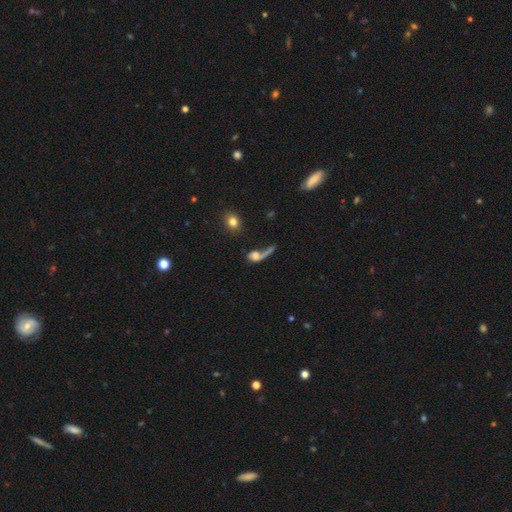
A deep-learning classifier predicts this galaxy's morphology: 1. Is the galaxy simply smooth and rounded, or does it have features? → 54% smooth, 33% featured or disk, 13% star or artifact.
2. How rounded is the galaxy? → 44% in between, 37% round, 19% cigar-shaped.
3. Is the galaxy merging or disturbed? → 33% major disturbance, 28% none, 26% merger, 12% minor disturbance.